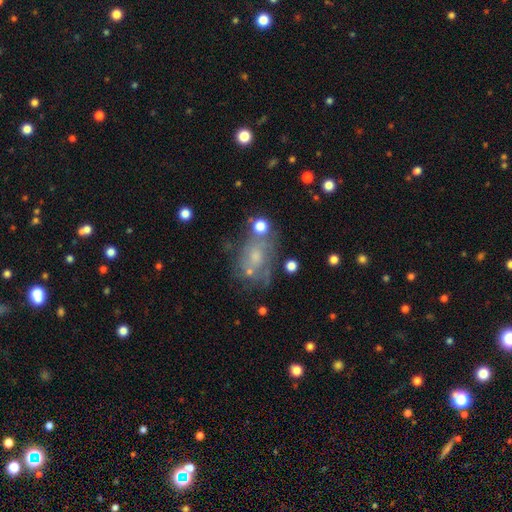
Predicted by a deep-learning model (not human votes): A featured or disk galaxy (49%).

Vote fractions:
- Smooth or featured? featured or disk: 49% / smooth: 34% / star or artifact: 17%
- Merging? none: 46% / minor disturbance: 23% / major disturbance: 19% / merger: 12%